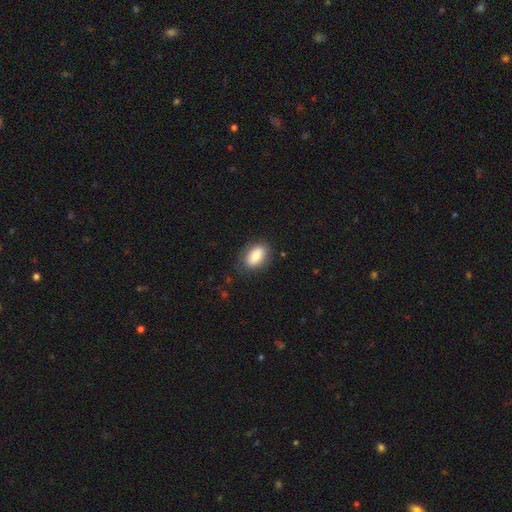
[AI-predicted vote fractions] A smooth galaxy with no disk features (82%) that is in between round and cigar-shaped (89%).

Vote fractions:
- Smooth or featured? smooth: 82% / featured or disk: 11% / star or artifact: 7%
- How rounded? in between: 89% / round: 7% / cigar-shaped: 4%
- Merging? none: 81% / minor disturbance: 14% / major disturbance: 4% / merger: 1%